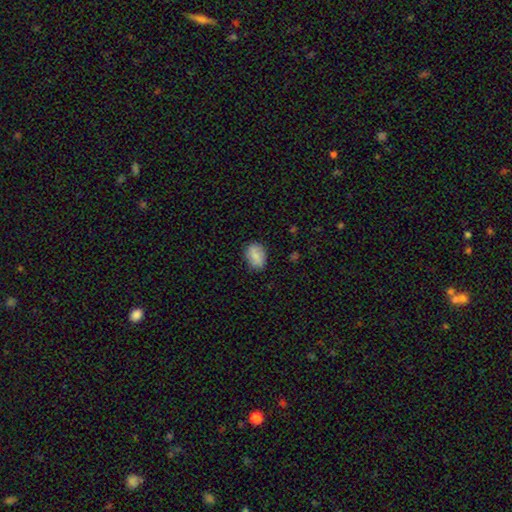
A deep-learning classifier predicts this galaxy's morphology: Smooth or featured? Predicted: smooth (p=0.78). How rounded? Predicted: in between (p=0.79). Merging? Predicted: none (p=0.79).